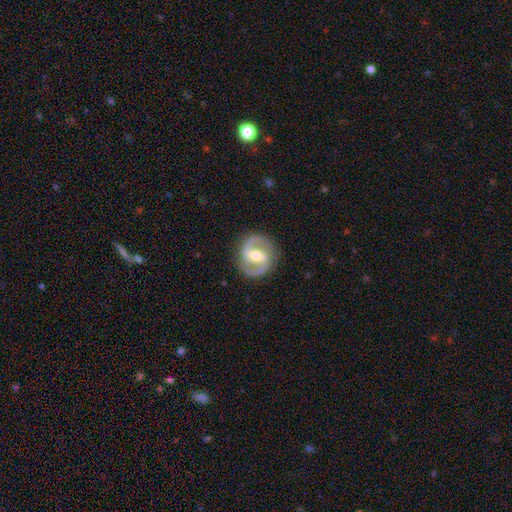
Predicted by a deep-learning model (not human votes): The model was most divided on "bar": strong: 44%, weak: 40%, no: 15%. More confident: edge-on disk — no (98%); spiral arms — yes (96%); spiral arm count — 2 (94%); smooth or featured — featured or disk (90%); merging — none (87%); bulge size — moderate (69%); spiral winding — medium (60%).